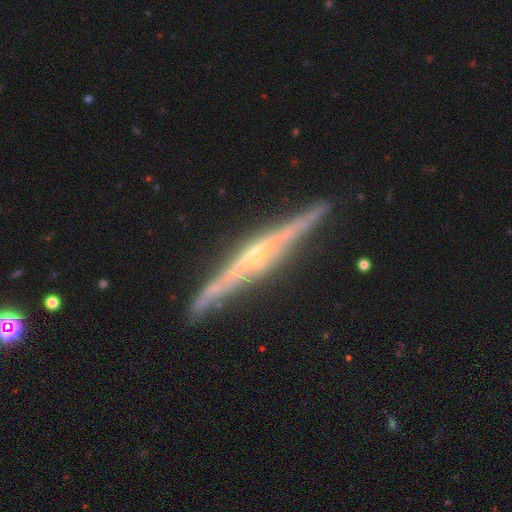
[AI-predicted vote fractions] A featured or disk galaxy (87%) viewed edge-on (97%) with a rounded central bulge (61%).

Vote fractions:
- Smooth or featured? featured or disk: 87% / smooth: 8% / star or artifact: 5%
- Edge-on disk? yes: 97% / no: 3%
- Edge-on bulge? rounded: 61% / none: 27% / boxy: 12%
- Merging? none: 87% / minor disturbance: 9% / major disturbance: 2% / merger: 1%